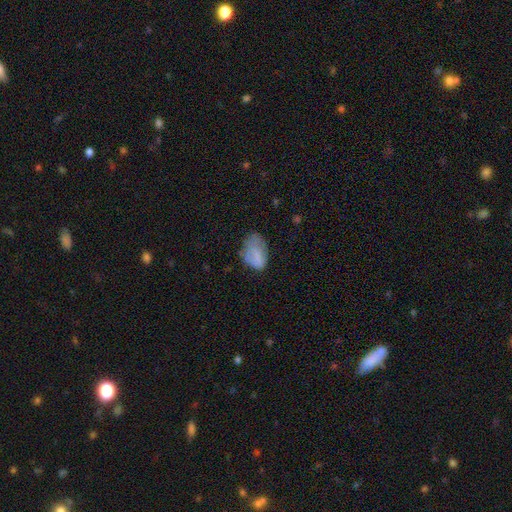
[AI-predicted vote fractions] Smooth or featured? Predicted: smooth (p=0.72). How rounded? Predicted: in between (p=0.90). Merging? Predicted: none (p=0.45).